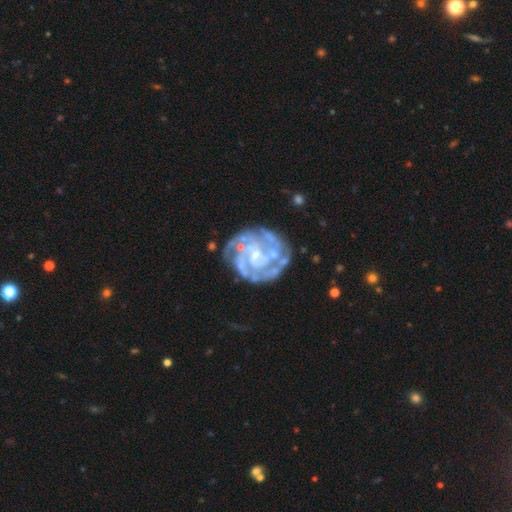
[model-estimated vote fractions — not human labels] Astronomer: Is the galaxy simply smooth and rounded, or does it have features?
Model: featured or disk — 89%.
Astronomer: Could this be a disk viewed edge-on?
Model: no — 98%.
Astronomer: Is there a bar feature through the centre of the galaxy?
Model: no — 44% (runner-up: weak, 41%).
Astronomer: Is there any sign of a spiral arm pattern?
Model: yes — 94%.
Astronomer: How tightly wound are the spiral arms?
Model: tight — 67%.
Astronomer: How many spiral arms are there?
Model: can't tell — 27% (runner-up: 3, 26%).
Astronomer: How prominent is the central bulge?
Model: small — 53% (runner-up: moderate, 29%).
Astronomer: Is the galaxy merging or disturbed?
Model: none — 67%.